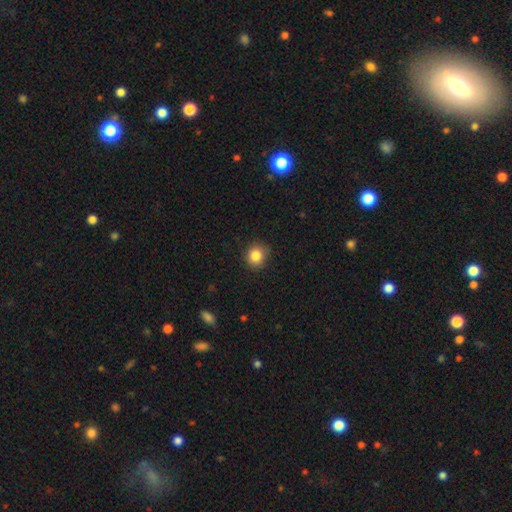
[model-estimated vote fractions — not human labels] This is clearly a smooth galaxy (85%). How rounded: clearly round (84%). Merging: clearly none (87%).